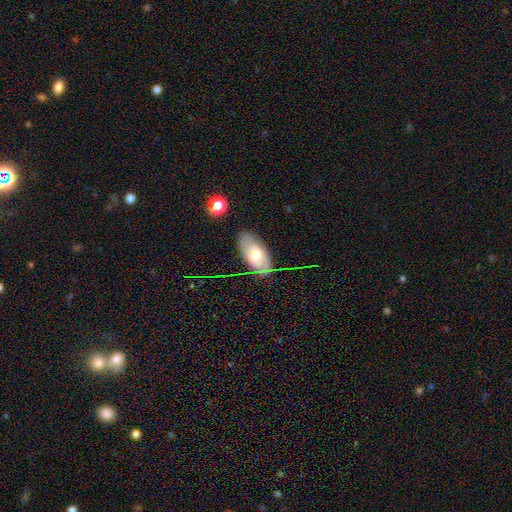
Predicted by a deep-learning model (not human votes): The model was most divided on "smooth or featured": featured or disk: 48%, smooth: 42%, star or artifact: 10%. More confident: merging — none (72%).